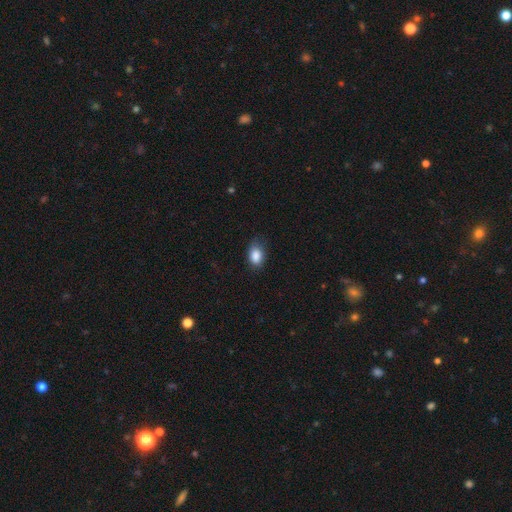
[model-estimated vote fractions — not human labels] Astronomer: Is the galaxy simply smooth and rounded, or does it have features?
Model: smooth — 87%.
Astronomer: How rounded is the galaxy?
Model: in between — 79%.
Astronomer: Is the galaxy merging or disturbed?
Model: none — 70%.